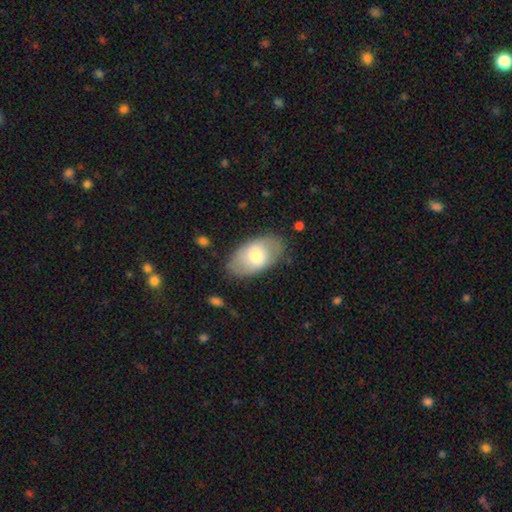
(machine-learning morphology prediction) Q: Smooth or featured?
A: smooth (64%); runner-up: featured or disk (30%)
Q: How rounded?
A: in between (93%); runner-up: round (6%)
Q: Merging?
A: none (79%); runner-up: minor disturbance (15%)